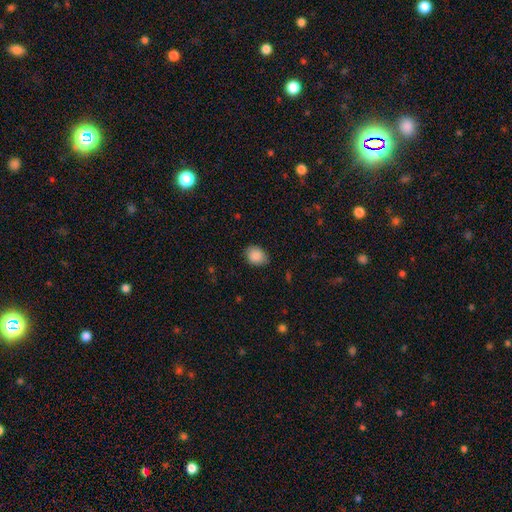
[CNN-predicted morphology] smooth 88%, star or artifact 8%, featured or disk 4%. Down the decision tree: how rounded — in between (50%); merging — none (81%).